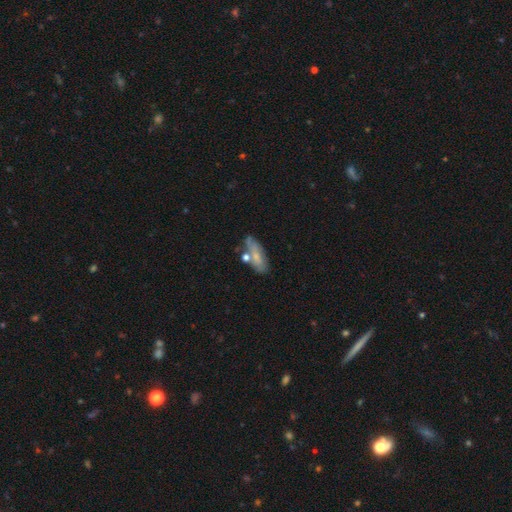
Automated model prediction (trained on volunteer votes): Smooth or featured? Predicted: smooth (p=0.62). How rounded? Predicted: in between (p=0.65). Merging? Predicted: none (p=0.57).